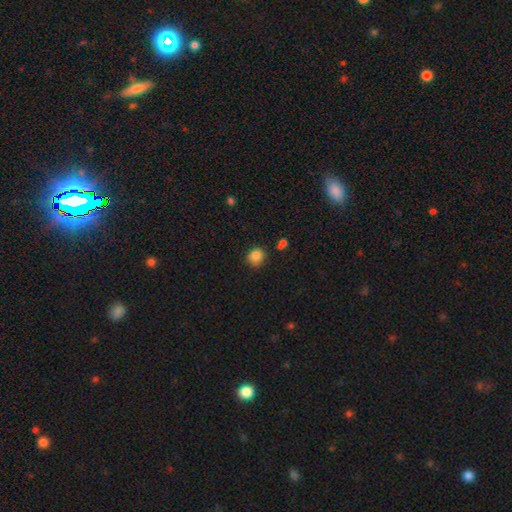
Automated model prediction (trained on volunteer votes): Smooth or featured? smooth (85%)
How rounded? round (77%)
Merging? none (75%)